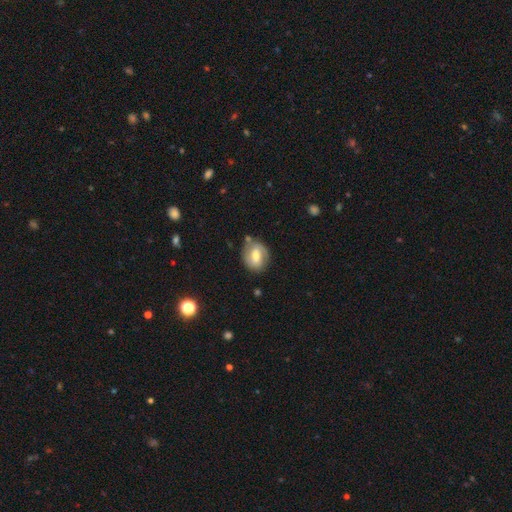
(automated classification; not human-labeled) Morphology: type=smooth (48%); merging=none (72%).